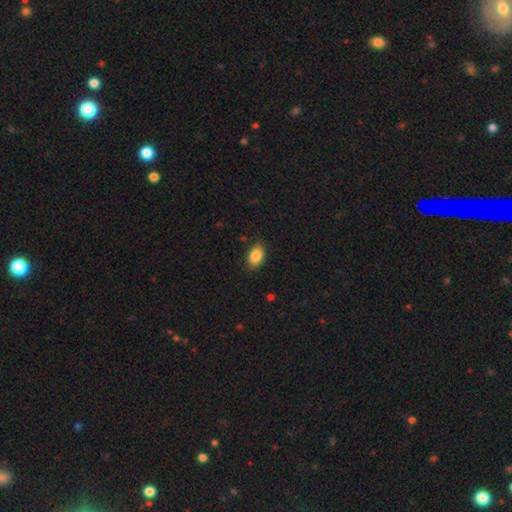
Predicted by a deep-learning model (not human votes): This appears to be a smooth galaxy with no disk features (88%) that is in between round and cigar-shaped (89%). Merging: none (85%).